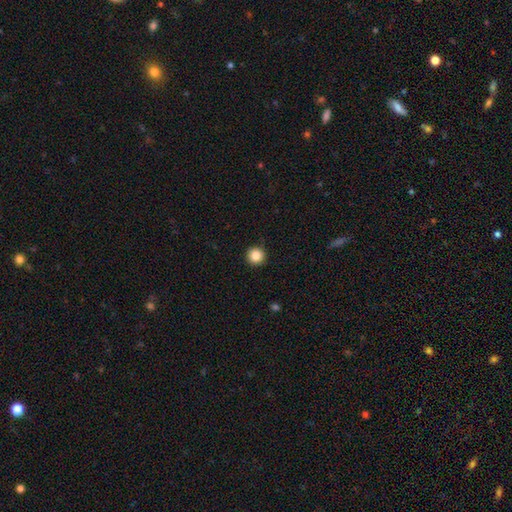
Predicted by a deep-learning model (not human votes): A smooth galaxy with no disk features (86%) that is round (96%). Merging: none (93%).